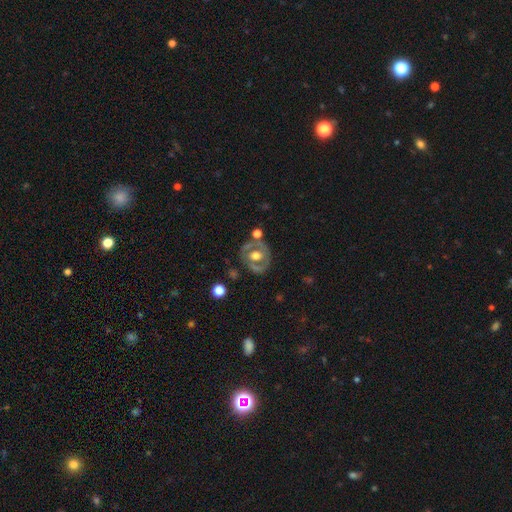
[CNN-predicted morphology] smooth-or-featured: featured or disk: 64% | smooth: 30% | star or artifact: 6%
  disk-edge-on: no: 94% | yes: 6%
    bar: no: 67% | weak: 23% | strong: 10%
    has-spiral-arms: no: 71% | yes: 29%
    bulge-size: moderate: 60% | large: 30% | small: 7% | dominant: 2% | none: 2%
  merging: none: 67% | minor disturbance: 18% | major disturbance: 8% | merger: 8%